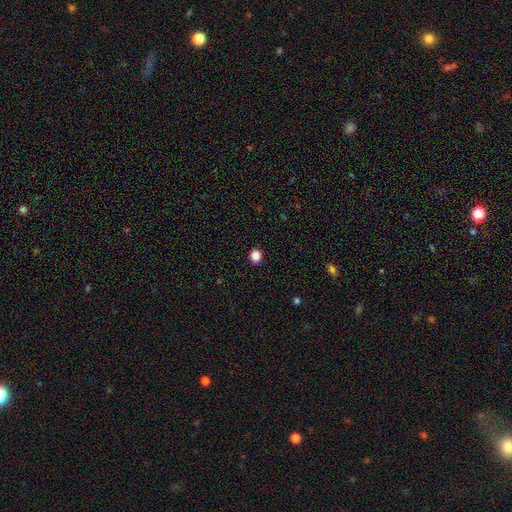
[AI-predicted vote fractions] Smooth or featured? smooth (86%)
How rounded? round (76%)
Merging? none (92%)